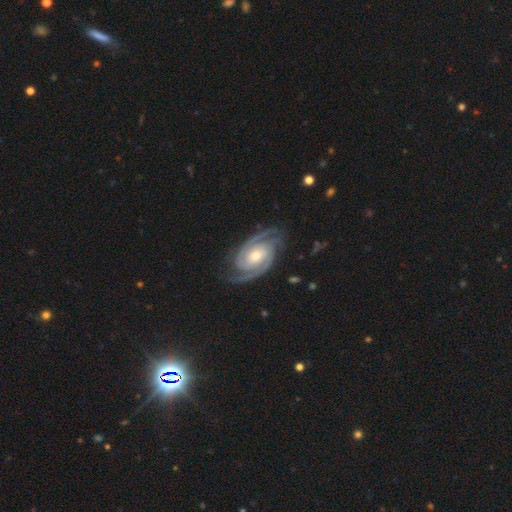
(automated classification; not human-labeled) A featured or disk galaxy (93%) with no bar (54%), 2 (74%) tight (63%) spiral arms (99%) and a moderate central bulge (63%).

Vote fractions:
- Smooth or featured? featured or disk: 93% / star or artifact: 4% / smooth: 3%
- Edge-on disk? no: 97% / yes: 3%
- Bar? no: 54% / weak: 32% / strong: 14%
- Spiral arms? yes: 99% / no: 1%
- Spiral winding? tight: 63% / medium: 32% / loose: 4%
- Spiral arm count? 2: 74% / 3: 14% / can't tell: 4% / 4: 3% / 1: 2% / more than 4: 2%
- Bulge size? moderate: 63% / small: 29% / large: 5% / none: 1% / dominant: 1%
- Merging? none: 81% / minor disturbance: 13% / major disturbance: 4% / merger: 1%